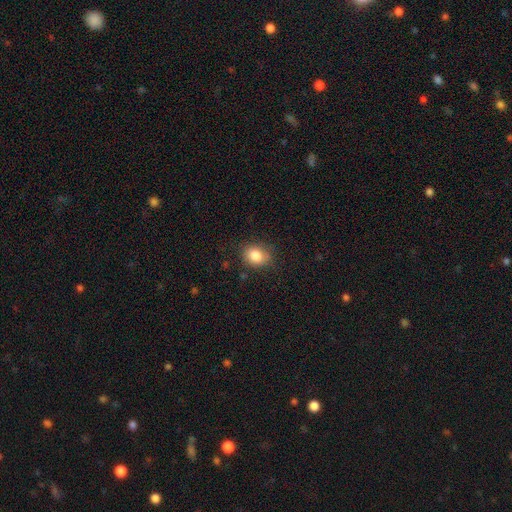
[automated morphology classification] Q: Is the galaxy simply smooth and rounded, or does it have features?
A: smooth — 84%.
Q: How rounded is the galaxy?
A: round — 52%.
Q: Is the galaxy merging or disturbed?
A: none — 76%.